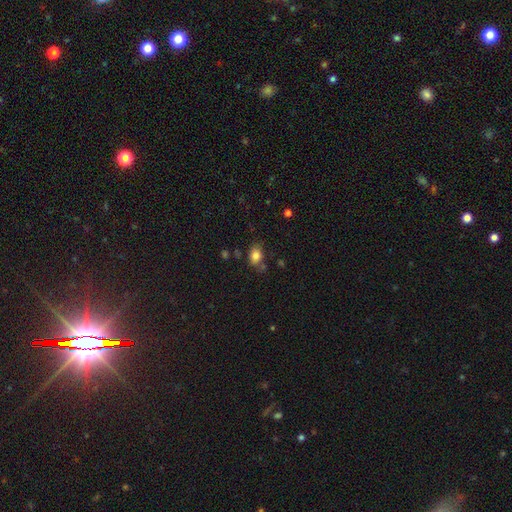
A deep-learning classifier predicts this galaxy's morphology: A smooth galaxy with no disk features (81%) that is in between round and cigar-shaped (71%).

Vote fractions:
- Smooth or featured? smooth: 81% / star or artifact: 11% / featured or disk: 9%
- How rounded? in between: 71% / round: 27% / cigar-shaped: 1%
- Merging? none: 68% / minor disturbance: 19% / merger: 8% / major disturbance: 5%